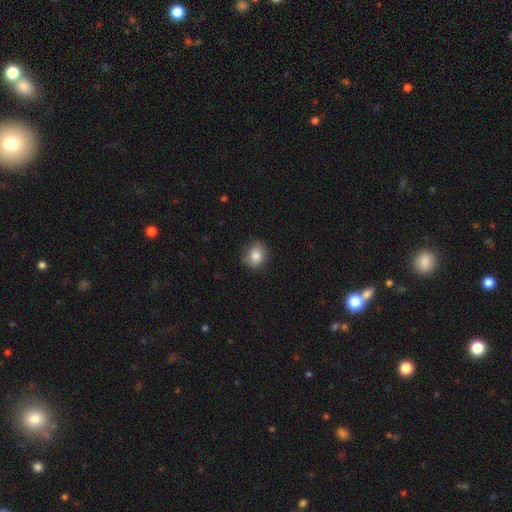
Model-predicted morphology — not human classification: smooth 84%, star or artifact 9%, featured or disk 8%. Down the decision tree: how rounded — round (68%); merging — none (77%).